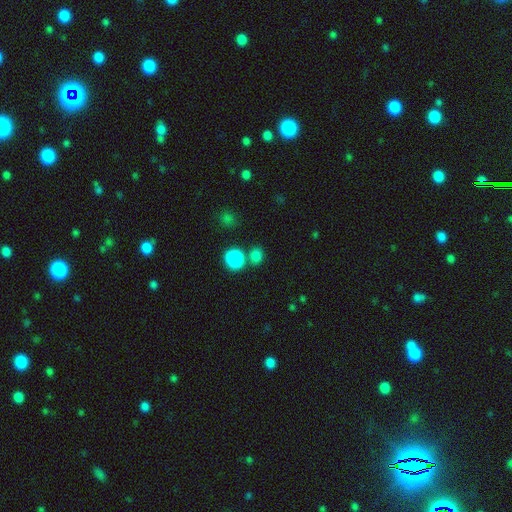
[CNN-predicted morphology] type=smooth (78%); roundness=round (65%); merging=none (69%).